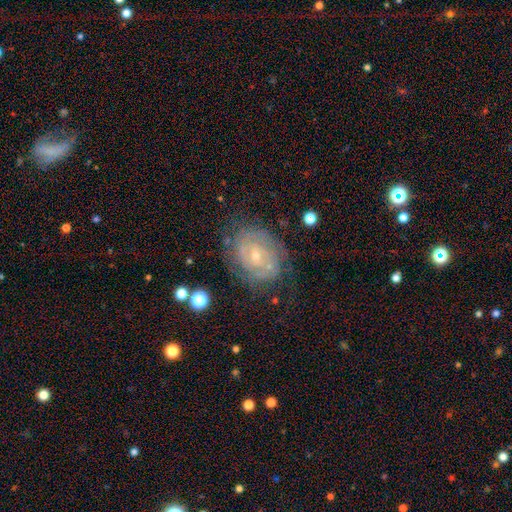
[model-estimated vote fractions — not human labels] Smooth or featured: featured or disk — 79% (smooth — 14%)
Edge-on disk: no — 97% (yes — 3%)
Bar: no — 55% (weak — 36%)
Spiral arms: yes — 88% (no — 12%)
Spiral winding: tight — 69% (medium — 24%)
Spiral arm count: 2 — 39% (can't tell — 37%)
Bulge size: small — 71% (moderate — 25%)
Merging: none — 72% (minor disturbance — 18%)